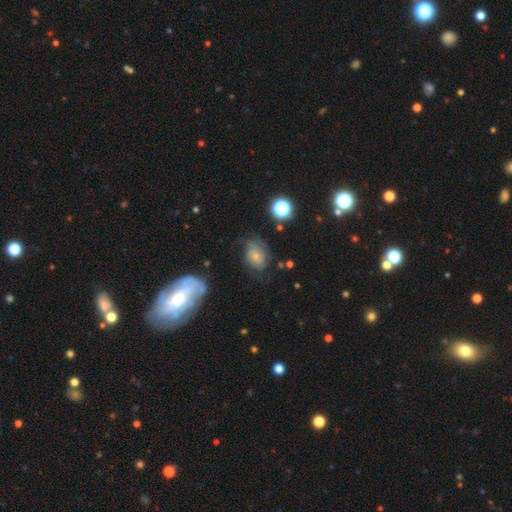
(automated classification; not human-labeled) Smooth or featured? Predicted: featured or disk (p=0.54). Edge-on disk? Predicted: no (p=0.96). Bar? Predicted: no (p=0.68). Spiral arms? Predicted: yes (p=0.84). Bulge size? Predicted: small (p=0.59). Merging? Predicted: none (p=0.49).